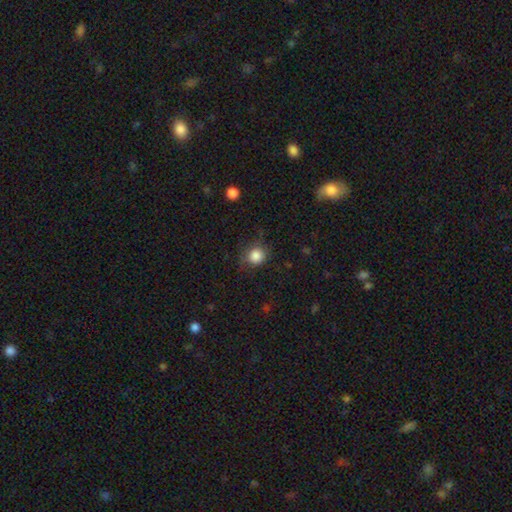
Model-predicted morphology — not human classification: Overall: smooth (86%). How rounded: round (88%). Merging: none (76%).